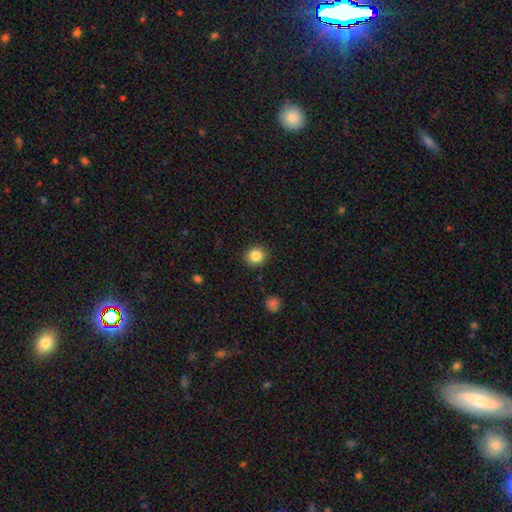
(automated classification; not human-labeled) Smooth or featured? smooth (85%)
How rounded? round (87%)
Merging? none (91%)